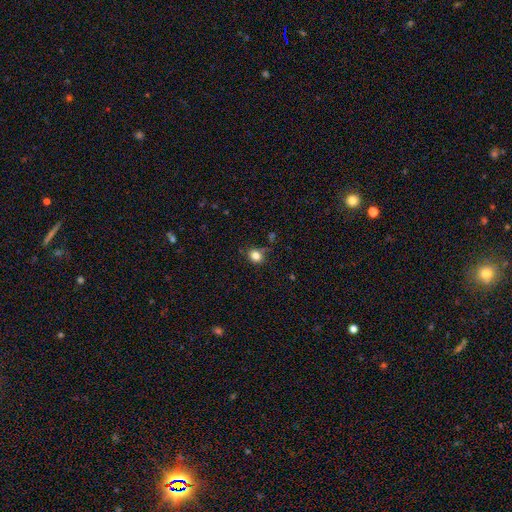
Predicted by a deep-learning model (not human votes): Smooth or featured? smooth (82%)
How rounded? round (77%)
Merging? none (80%)